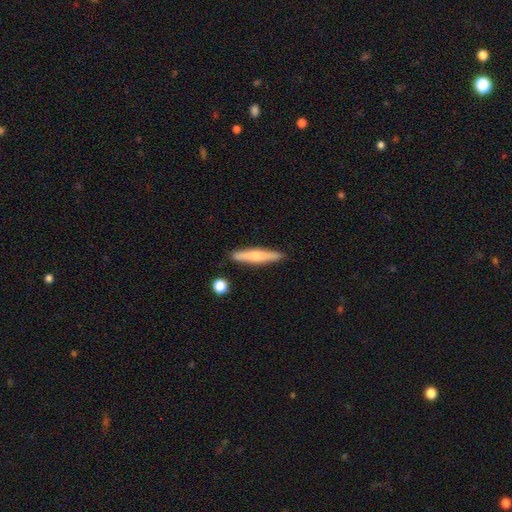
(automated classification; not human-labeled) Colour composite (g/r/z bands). It shows a smooth galaxy with no disk features (63%) that is cigar-shaped (92%). Merging: none (87%).